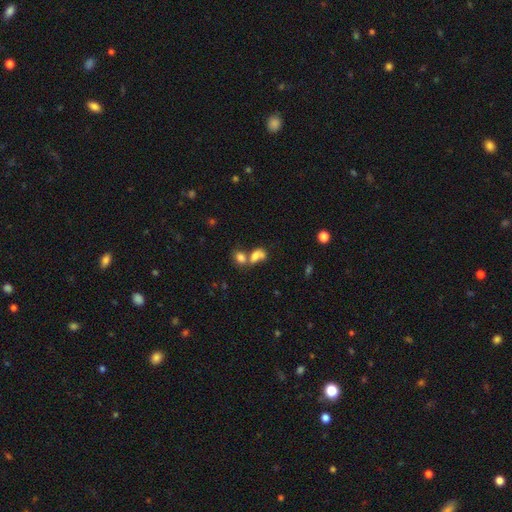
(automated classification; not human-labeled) Morphology: type=smooth (66%); roundness=in between (72%); merging=merger (65%).